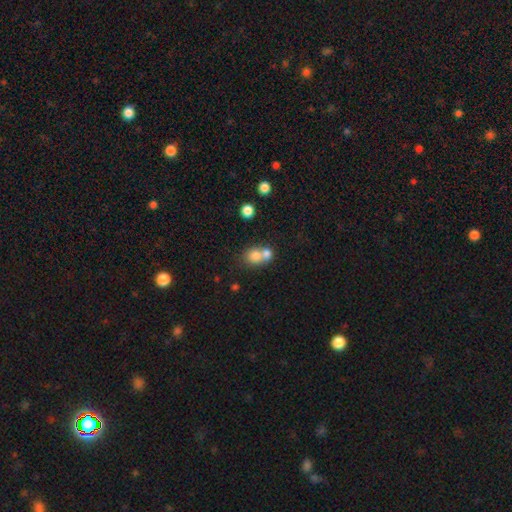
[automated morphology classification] Smooth or featured? smooth (77%)
How rounded? round (73%)
Merging? merger (60%)